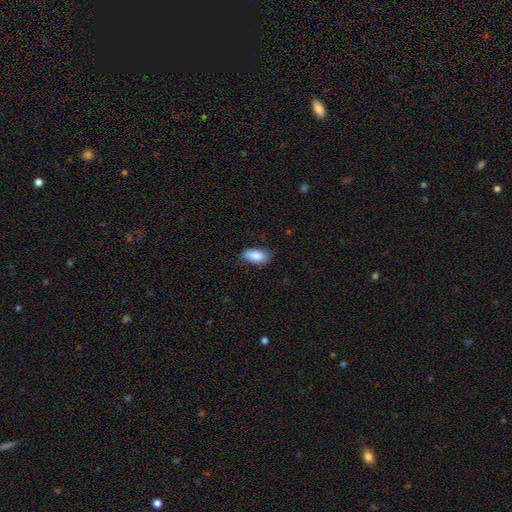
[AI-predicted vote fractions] Q: Smooth or featured?
A: smooth (87%); runner-up: star or artifact (7%)
Q: How rounded?
A: in between (90%); runner-up: cigar-shaped (6%)
Q: Merging?
A: none (73%); runner-up: minor disturbance (23%)